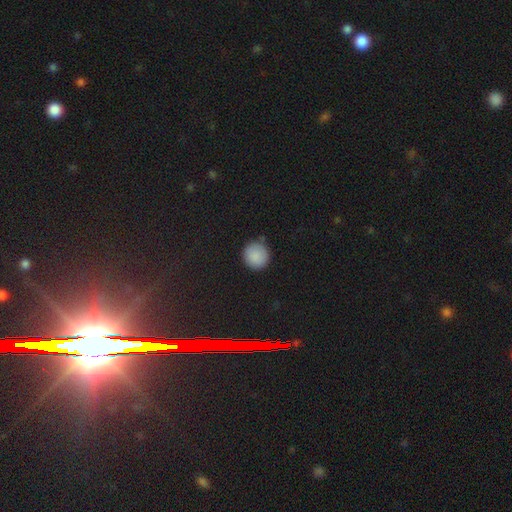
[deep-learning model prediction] A smooth galaxy with no disk features (87%) that is round (94%).

Vote fractions:
- Smooth or featured? smooth: 87% / star or artifact: 9% / featured or disk: 3%
- How rounded? round: 94% / in between: 5% / cigar-shaped: 1%
- Merging? none: 85% / minor disturbance: 10% / major disturbance: 2% / merger: 2%